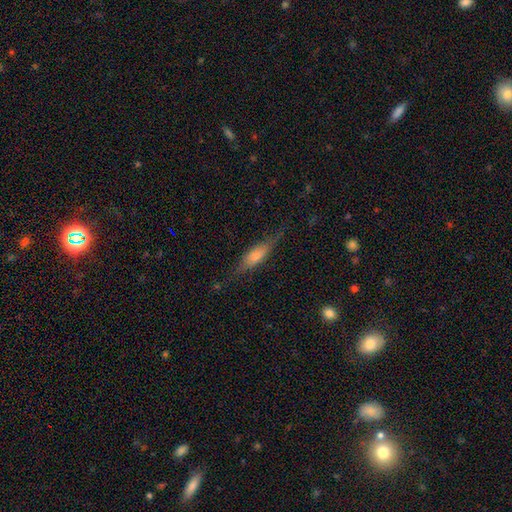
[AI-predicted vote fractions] Q: Smooth or featured?
A: smooth (58%); runner-up: featured or disk (34%)
Q: How rounded?
A: cigar-shaped (57%); runner-up: in between (40%)
Q: Merging?
A: none (68%); runner-up: minor disturbance (22%)